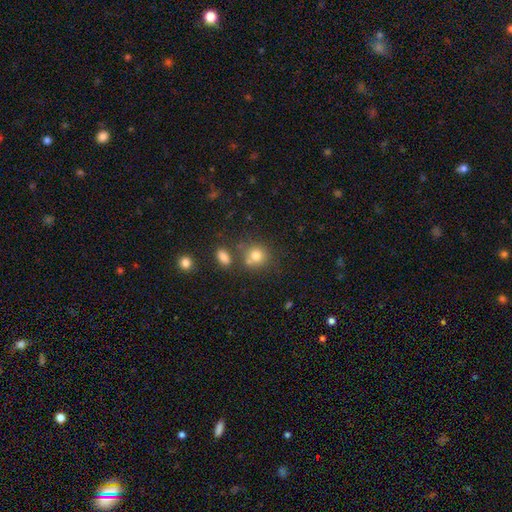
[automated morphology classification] Q: Smooth or featured?
A: smooth (78%); runner-up: star or artifact (12%)
Q: How rounded?
A: round (81%); runner-up: in between (18%)
Q: Merging?
A: none (61%); runner-up: merger (22%)